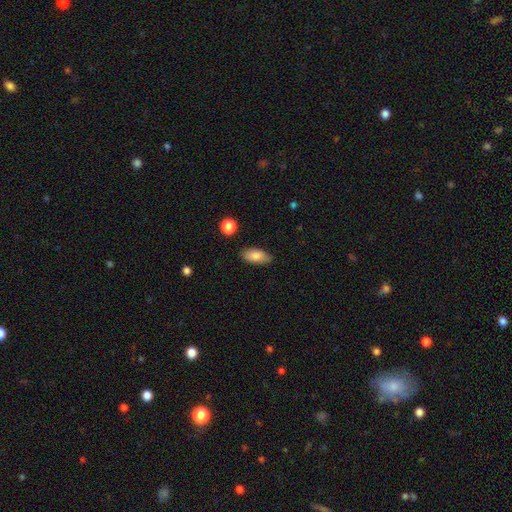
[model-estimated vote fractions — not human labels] Q: Smooth or featured?
A: smooth (83%); runner-up: featured or disk (10%)
Q: How rounded?
A: in between (89%); runner-up: cigar-shaped (7%)
Q: Merging?
A: none (81%); runner-up: minor disturbance (15%)